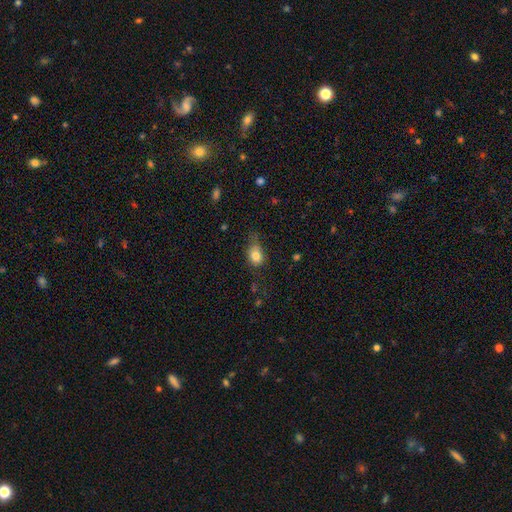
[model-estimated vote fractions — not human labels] This is clearly a smooth galaxy (81%). How rounded: likely in between (60%). Merging: marginally none (43%).